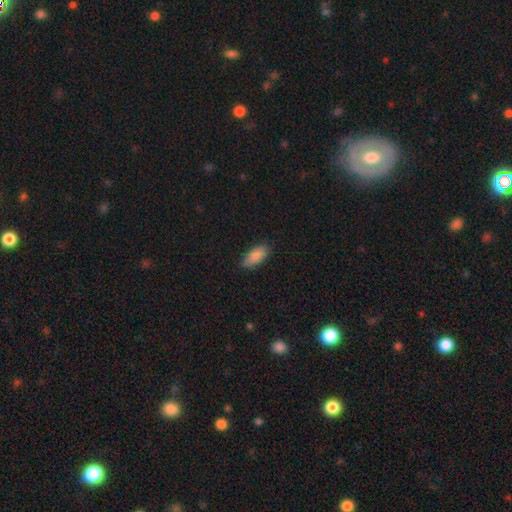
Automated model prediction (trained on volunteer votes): This is clearly a smooth galaxy (88%). How rounded: clearly in between (86%). Merging: clearly none (82%).